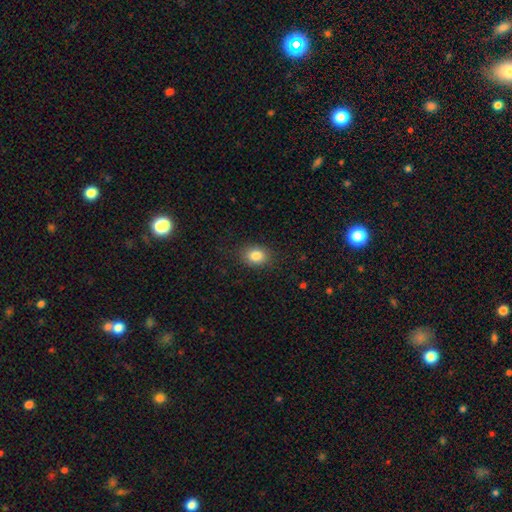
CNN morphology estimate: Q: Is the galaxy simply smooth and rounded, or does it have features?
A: smooth — 83%.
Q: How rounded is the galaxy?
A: in between — 52%.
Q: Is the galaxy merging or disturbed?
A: none — 87%.